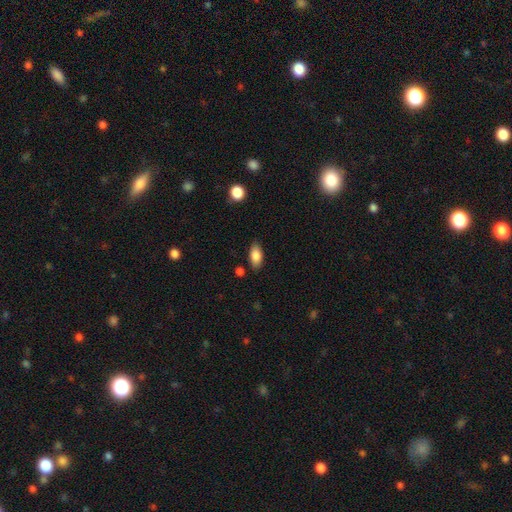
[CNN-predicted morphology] The model was most divided on "merging": none: 83%, minor disturbance: 12%, major disturbance: 3%, merger: 2%. More confident: how rounded — in between (89%); smooth or featured — smooth (84%).